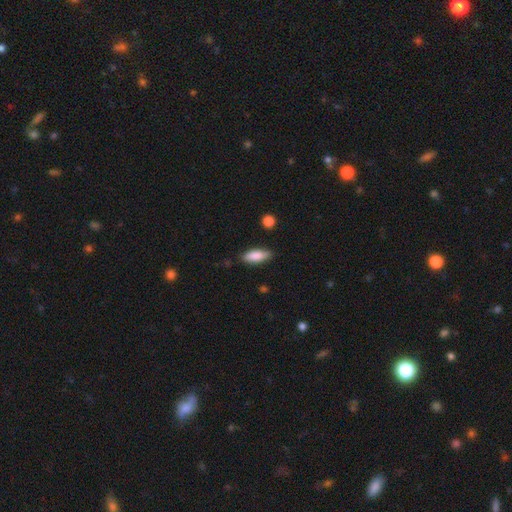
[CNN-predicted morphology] The model was most divided on "how rounded": in between: 68%, cigar-shaped: 30%, round: 2%. More confident: smooth or featured — smooth (84%); merging — none (81%).